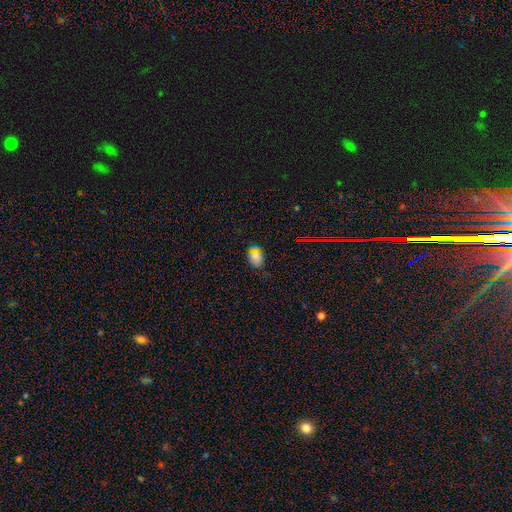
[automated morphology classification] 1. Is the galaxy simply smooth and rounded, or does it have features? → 64% smooth, 26% star or artifact, 10% featured or disk.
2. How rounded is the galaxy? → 74% in between, 24% round, 2% cigar-shaped.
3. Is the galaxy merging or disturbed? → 76% none, 17% minor disturbance, 4% major disturbance, 3% merger.